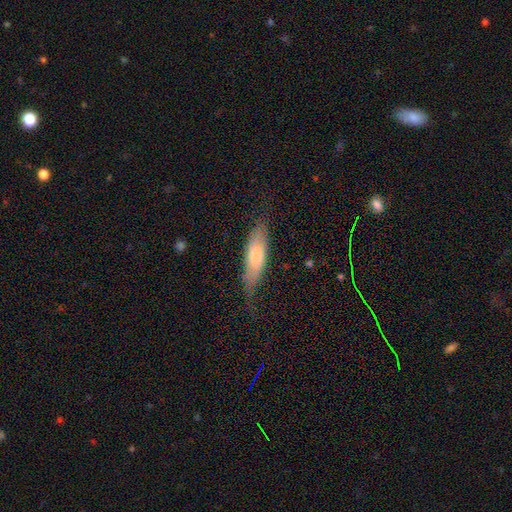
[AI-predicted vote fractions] Morphology: type=smooth (69%); roundness=in between (49%); merging=none (58%).